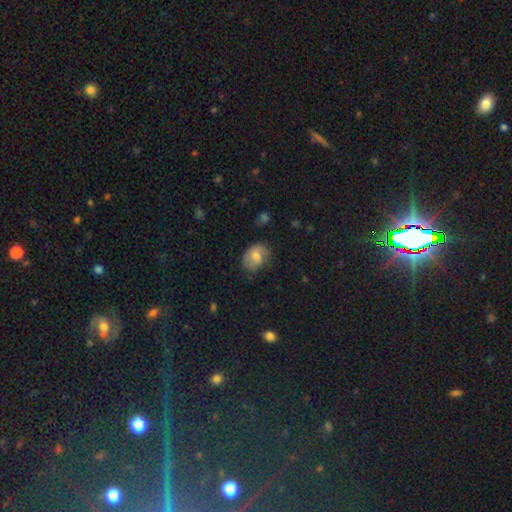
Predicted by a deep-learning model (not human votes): A smooth galaxy with no disk features (57%) that is in between round and cigar-shaped (62%). Merging: none (66%).